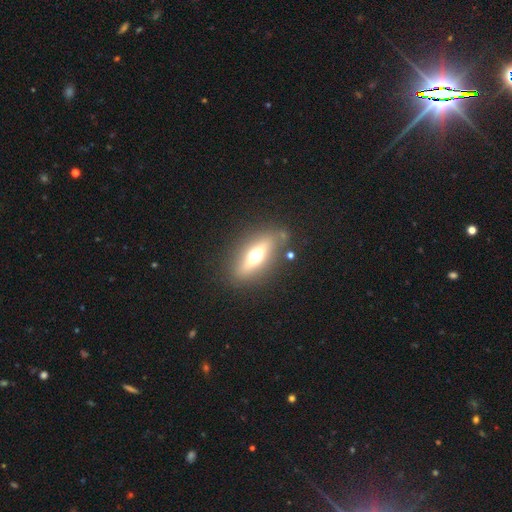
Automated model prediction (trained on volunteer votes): A featured or disk galaxy (55%) viewed edge-on (79%).

Vote fractions:
- Smooth or featured? featured or disk: 55% / smooth: 34% / star or artifact: 10%
- Edge-on disk? yes: 79% / no: 21%
- Merging? none: 83% / minor disturbance: 10% / major disturbance: 4% / merger: 3%